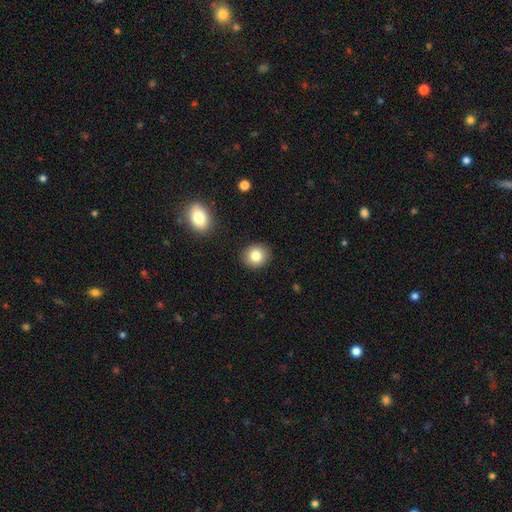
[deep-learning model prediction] smooth_or_featured: smooth (p=0.82) [alt: star or artifact p=0.10]
how_rounded: round (p=0.80) [alt: in between p=0.19]
merging: none (p=0.90) [alt: minor disturbance p=0.06]